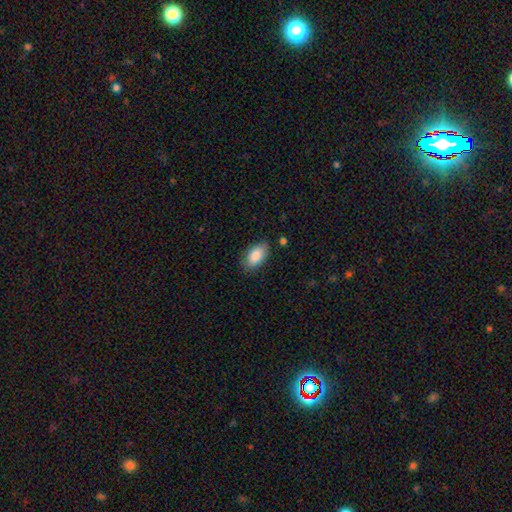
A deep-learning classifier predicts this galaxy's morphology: smooth 88%, star or artifact 7%, featured or disk 6%. Down the decision tree: how rounded — in between (93%); merging — none (80%).